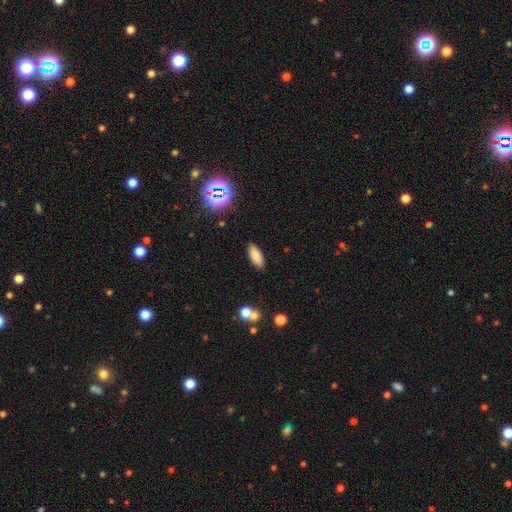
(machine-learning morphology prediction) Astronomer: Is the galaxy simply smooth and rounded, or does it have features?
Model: smooth — 81%.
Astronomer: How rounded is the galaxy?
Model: in between — 79%.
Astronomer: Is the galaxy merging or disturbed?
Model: none — 88%.